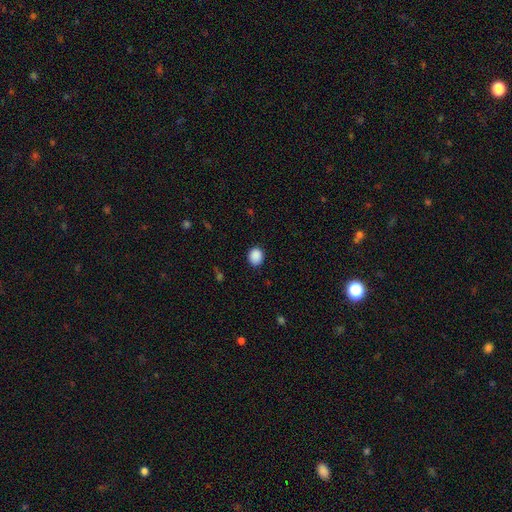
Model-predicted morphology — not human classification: Overall: smooth (89%). How rounded: round (72%). Merging: none (88%).